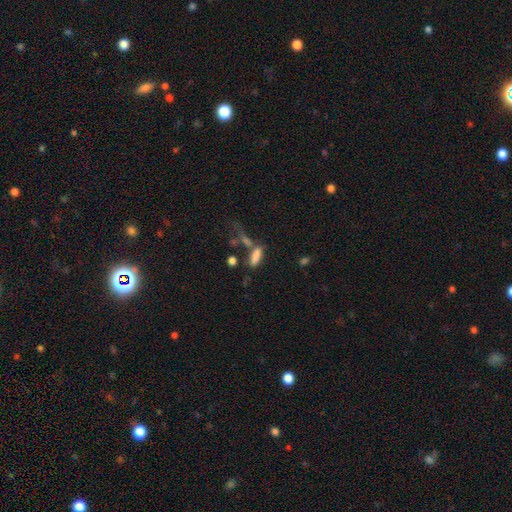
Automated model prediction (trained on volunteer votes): Smooth or featured?
  - smooth: 77% *
  - featured or disk: 12%
  - star or artifact: 11%
How rounded?
  - in between: 57% *
  - cigar-shaped: 39%
  - round: 4%
Merging?
  - none: 41% *
  - merger: 29%
  - minor disturbance: 16%
  - major disturbance: 14%